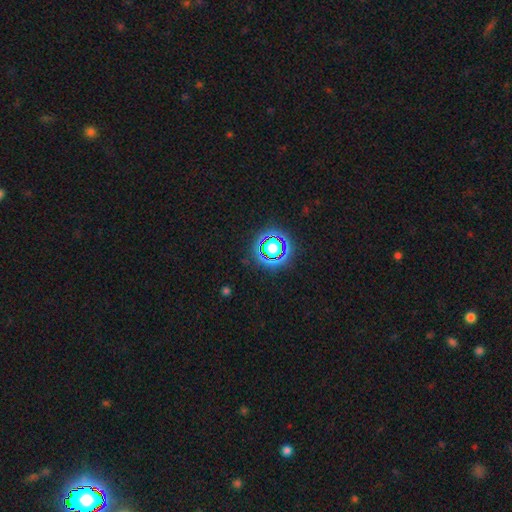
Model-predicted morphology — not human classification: smooth_or_featured: star or artifact (p=0.80) [alt: smooth p=0.13]